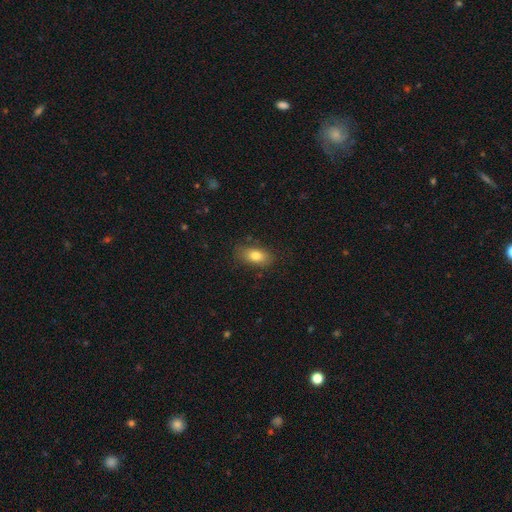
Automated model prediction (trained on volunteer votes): Overall: smooth (80%). How rounded: in between (86%). Merging: none (80%).